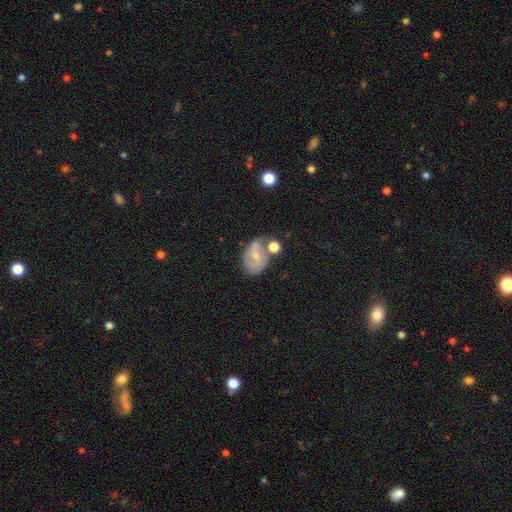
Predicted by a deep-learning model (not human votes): Q: Smooth or featured?
A: featured or disk (65%); runner-up: smooth (27%)
Q: Edge-on disk?
A: no (97%); runner-up: yes (3%)
Q: Bar?
A: weak (46%); runner-up: no (43%)
Q: Spiral arms?
A: yes (86%); runner-up: no (14%)
Q: Spiral winding?
A: medium (45%); runner-up: tight (38%)
Q: Spiral arm count?
A: 2 (64%); runner-up: can't tell (19%)
Q: Bulge size?
A: small (60%); runner-up: moderate (33%)
Q: Merging?
A: none (49%); runner-up: minor disturbance (22%)